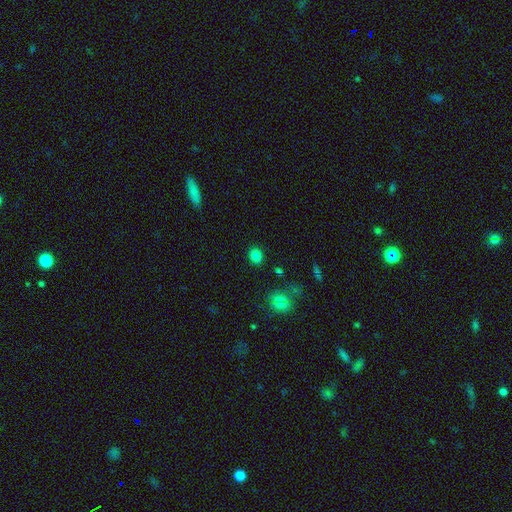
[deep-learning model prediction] Morphology: type=smooth (83%); roundness=round (64%); merging=none (87%).